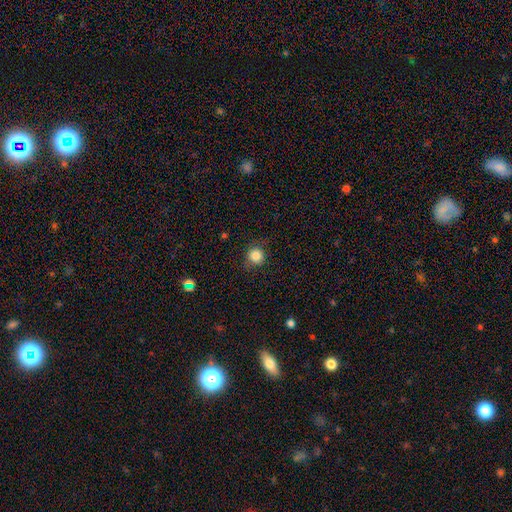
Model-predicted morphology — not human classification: Smooth or featured?
  - smooth: 84% *
  - star or artifact: 11%
  - featured or disk: 5%
How rounded?
  - round: 92% *
  - in between: 7%
  - cigar-shaped: 1%
Merging?
  - none: 84% *
  - minor disturbance: 11%
  - major disturbance: 3%
  - merger: 1%